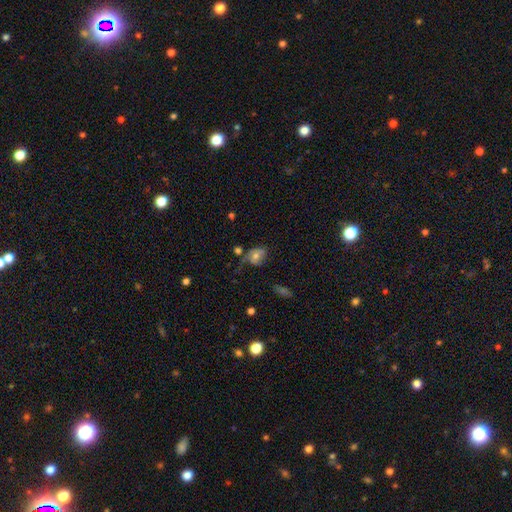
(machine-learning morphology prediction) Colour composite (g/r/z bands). It shows a smooth galaxy with no disk features (58%) that is in between round and cigar-shaped (53%). Merging: none (45%).